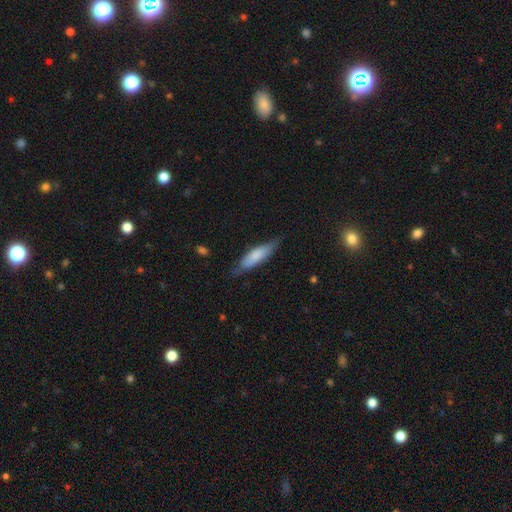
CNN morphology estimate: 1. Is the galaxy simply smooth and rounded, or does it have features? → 73% smooth, 22% featured or disk, 6% star or artifact.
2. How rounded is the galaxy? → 60% cigar-shaped, 38% in between, 2% round.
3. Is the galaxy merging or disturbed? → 67% none, 25% minor disturbance, 5% major disturbance, 2% merger.